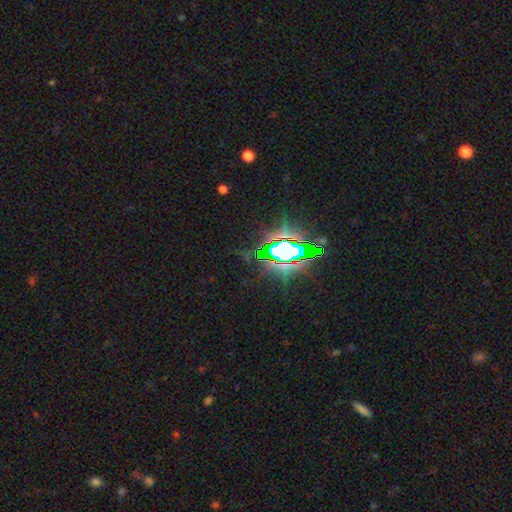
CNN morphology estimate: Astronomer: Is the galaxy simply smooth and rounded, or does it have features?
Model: star or artifact — 83%.